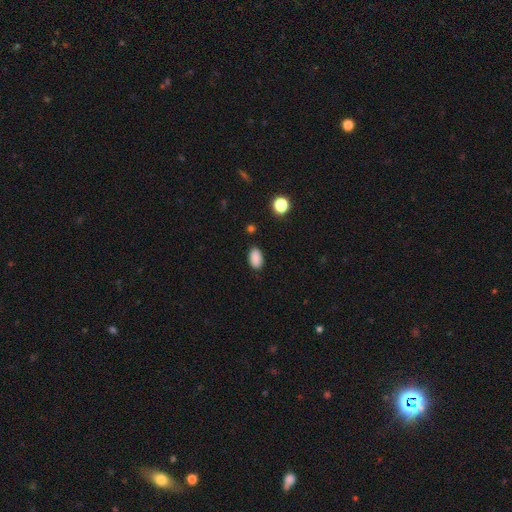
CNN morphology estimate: A smooth galaxy with no disk features (88%) that is in between round and cigar-shaped (92%). Merging: none (86%).